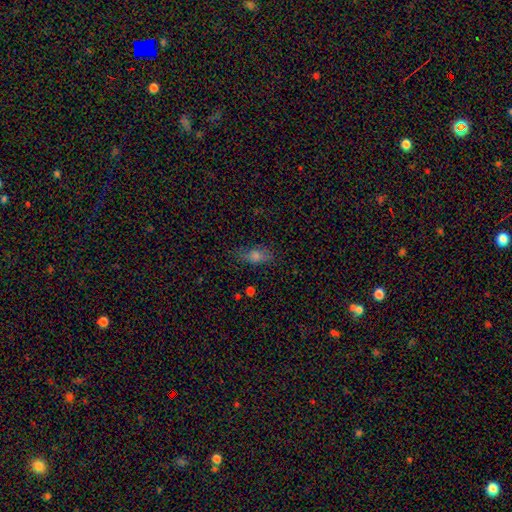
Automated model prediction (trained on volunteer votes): smooth-or-featured: smooth: 65% | featured or disk: 18% | star or artifact: 17%
  how-rounded: in between: 71% | cigar-shaped: 19% | round: 10%
  merging: none: 73% | minor disturbance: 18% | major disturbance: 6% | merger: 2%